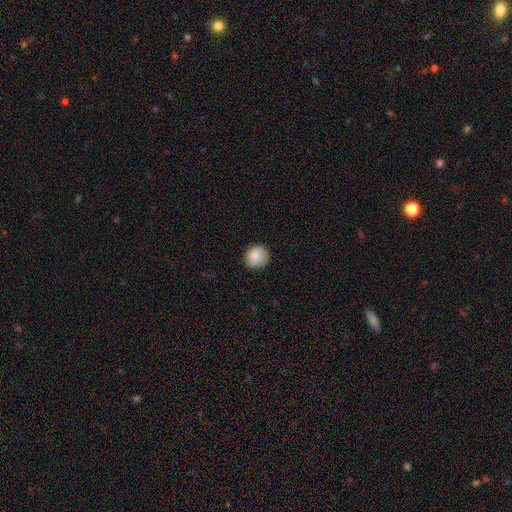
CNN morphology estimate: This appears to be a smooth galaxy with no disk features (85%) that is round (91%). Merging: none (83%).